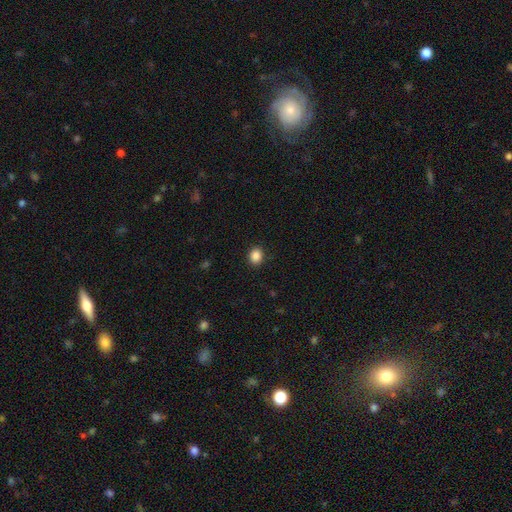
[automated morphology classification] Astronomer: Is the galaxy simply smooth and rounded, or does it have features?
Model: smooth — 87%.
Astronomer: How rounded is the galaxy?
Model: round — 64%.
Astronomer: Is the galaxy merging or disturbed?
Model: none — 90%.